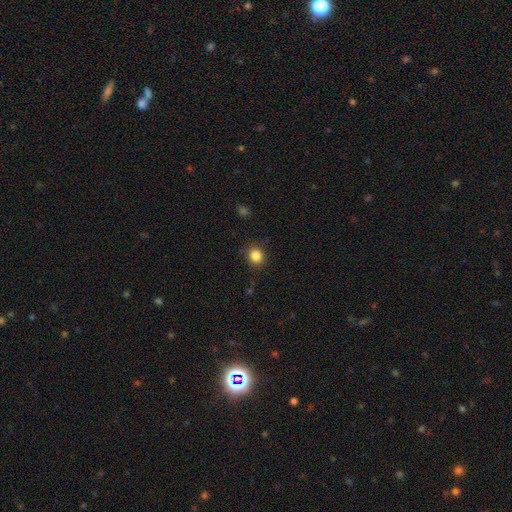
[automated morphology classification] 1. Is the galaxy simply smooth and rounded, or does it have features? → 85% smooth, 11% star or artifact, 4% featured or disk.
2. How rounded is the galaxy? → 84% round, 15% in between, 1% cigar-shaped.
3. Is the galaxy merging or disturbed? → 87% none, 9% minor disturbance, 3% major disturbance, 1% merger.